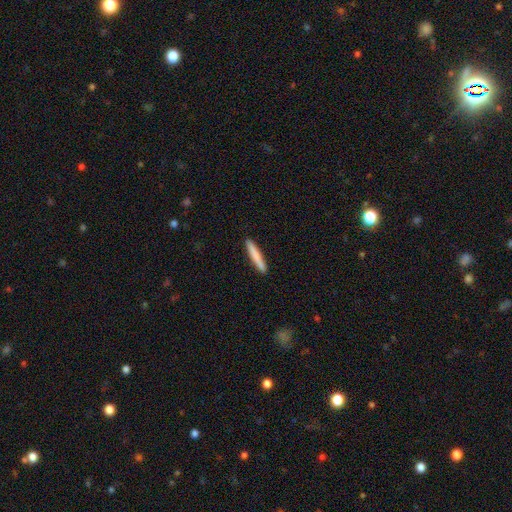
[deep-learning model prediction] Smooth or featured? Predicted: smooth (p=0.79). How rounded? Predicted: cigar-shaped (p=0.95). Merging? Predicted: none (p=0.92).